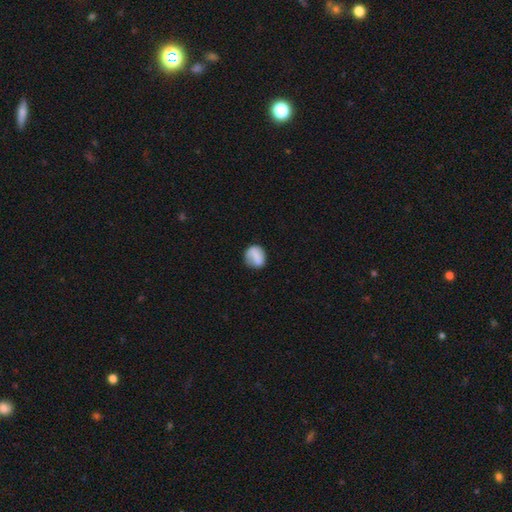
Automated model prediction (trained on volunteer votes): Smooth or featured: smooth — 72% (featured or disk — 20%)
How rounded: round — 70% (in between — 29%)
Merging: none — 66% (minor disturbance — 22%)